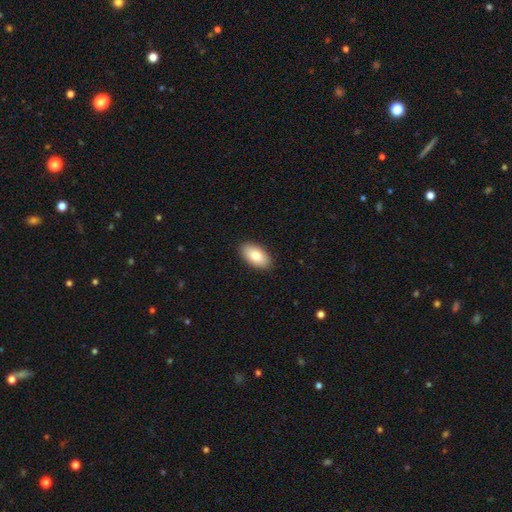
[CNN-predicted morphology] Q: Smooth or featured?
A: smooth (83%); runner-up: featured or disk (11%)
Q: How rounded?
A: in between (95%); runner-up: round (3%)
Q: Merging?
A: none (90%); runner-up: minor disturbance (7%)